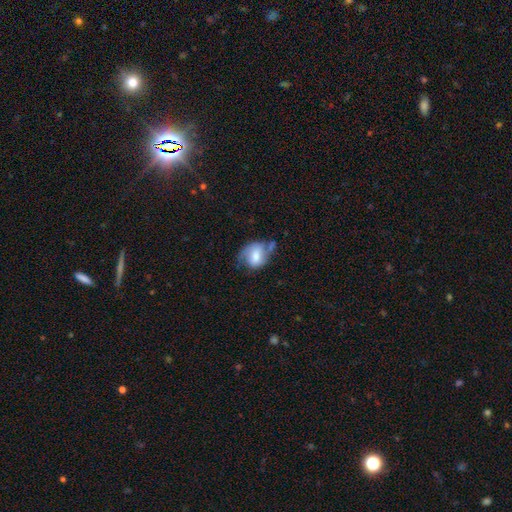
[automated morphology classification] smooth-or-featured: featured or disk: 52% | smooth: 41% | star or artifact: 8%
  disk-edge-on: no: 96% | yes: 4%
  merging: none: 41% | minor disturbance: 31% | major disturbance: 19% | merger: 9%